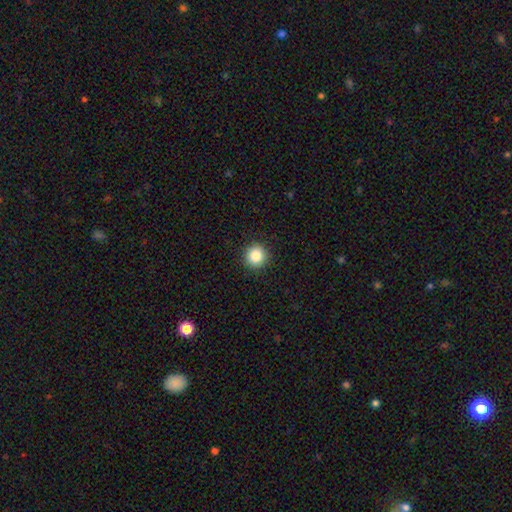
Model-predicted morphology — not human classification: Q: Smooth or featured?
A: smooth (85%); runner-up: star or artifact (10%)
Q: How rounded?
A: round (95%); runner-up: in between (4%)
Q: Merging?
A: none (92%); runner-up: minor disturbance (5%)